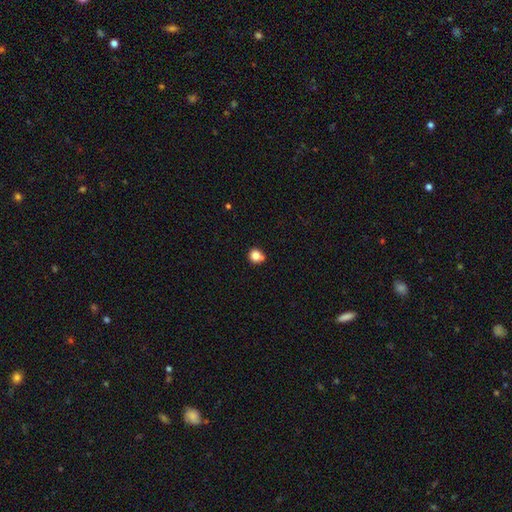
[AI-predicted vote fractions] This is clearly a smooth galaxy (81%). How rounded: clearly round (87%). Merging: likely none (65%).